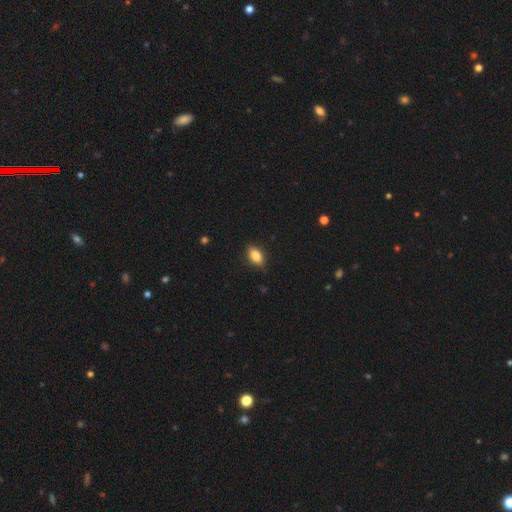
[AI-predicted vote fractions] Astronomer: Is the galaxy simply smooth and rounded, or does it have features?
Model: smooth — 85%.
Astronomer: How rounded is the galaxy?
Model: in between — 88%.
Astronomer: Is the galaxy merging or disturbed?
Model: none — 85%.